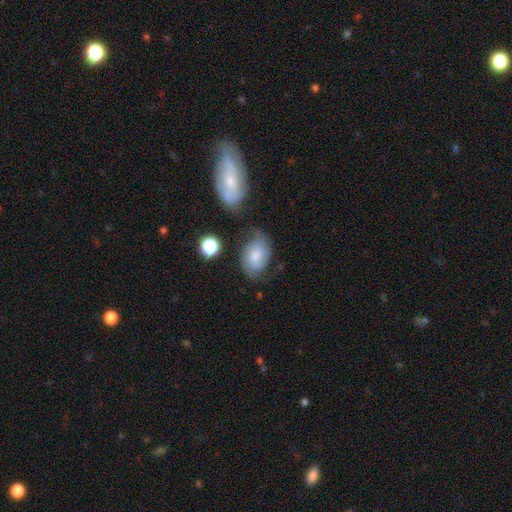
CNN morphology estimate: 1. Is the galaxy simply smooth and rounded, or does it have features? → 55% smooth, 35% featured or disk, 9% star or artifact.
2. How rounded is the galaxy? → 74% in between, 24% round, 1% cigar-shaped.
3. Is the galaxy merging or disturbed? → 52% none, 29% minor disturbance, 13% major disturbance, 6% merger.